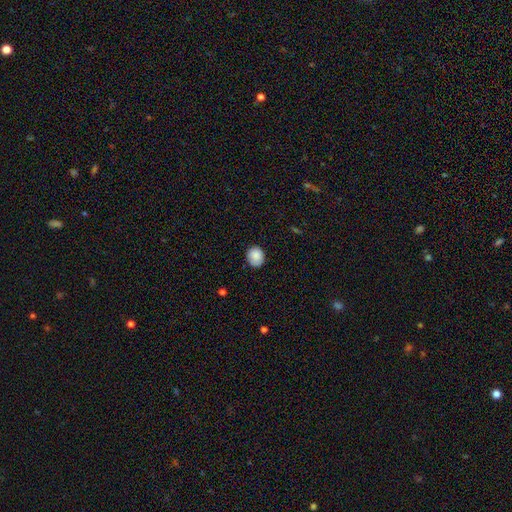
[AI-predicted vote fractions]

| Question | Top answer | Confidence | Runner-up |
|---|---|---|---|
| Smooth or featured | smooth | 87% | star or artifact (8%) |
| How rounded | round | 74% | in between (25%) |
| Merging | none | 82% | minor disturbance (15%) |